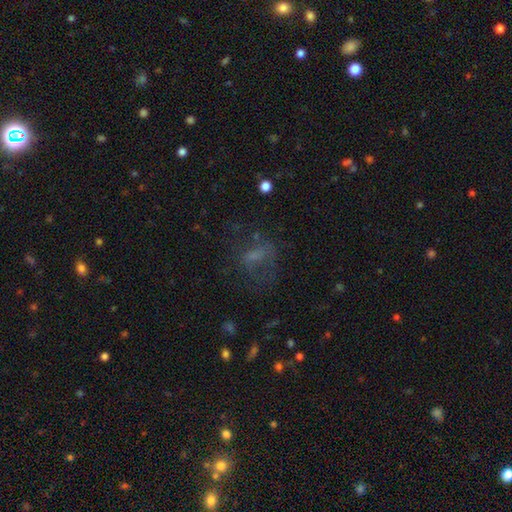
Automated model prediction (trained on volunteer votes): The model was most divided on "smooth or featured": smooth: 45%, featured or disk: 31%, star or artifact: 24%. Remaining: merging — none (48%).